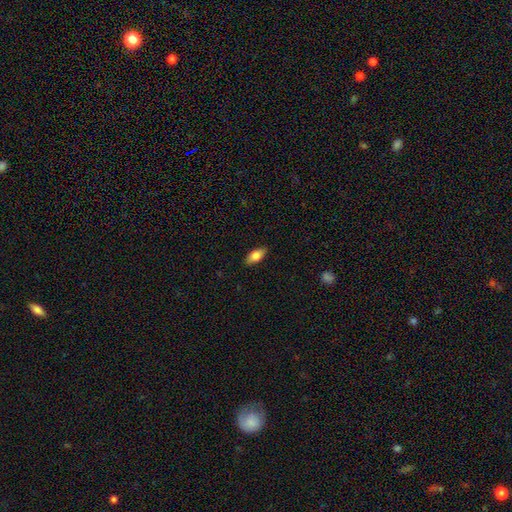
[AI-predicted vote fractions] Smooth or featured? Predicted: smooth (p=0.79). How rounded? Predicted: in between (p=0.87). Merging? Predicted: none (p=0.88).